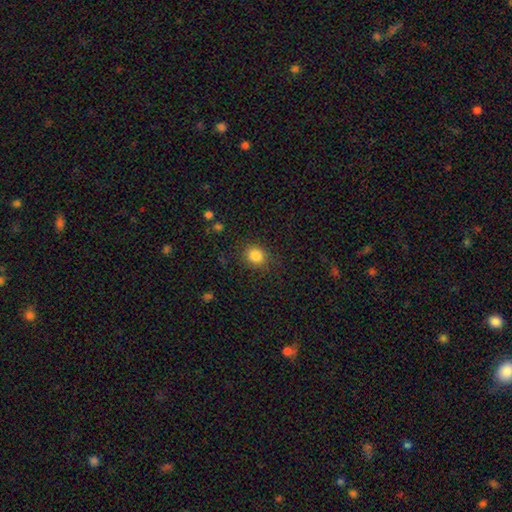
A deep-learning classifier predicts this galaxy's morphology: A smooth galaxy with no disk features (85%) that is round (77%).

Vote fractions:
- Smooth or featured? smooth: 85% / star or artifact: 11% / featured or disk: 4%
- How rounded? round: 77% / in between: 22% / cigar-shaped: 1%
- Merging? none: 85% / minor disturbance: 10% / major disturbance: 4% / merger: 1%